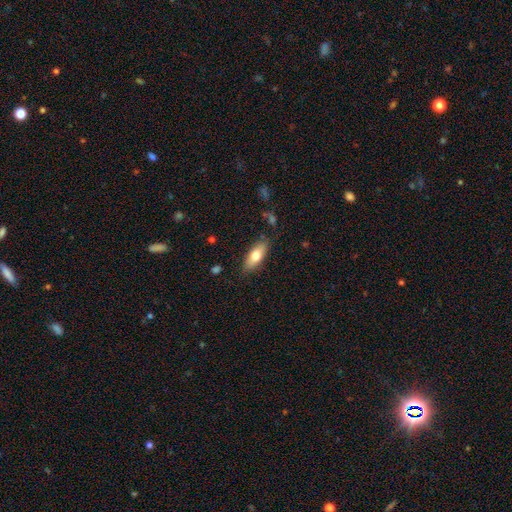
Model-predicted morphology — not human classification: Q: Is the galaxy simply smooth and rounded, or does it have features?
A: smooth — 73%.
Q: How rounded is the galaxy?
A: in between — 73%.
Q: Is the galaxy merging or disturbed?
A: none — 83%.